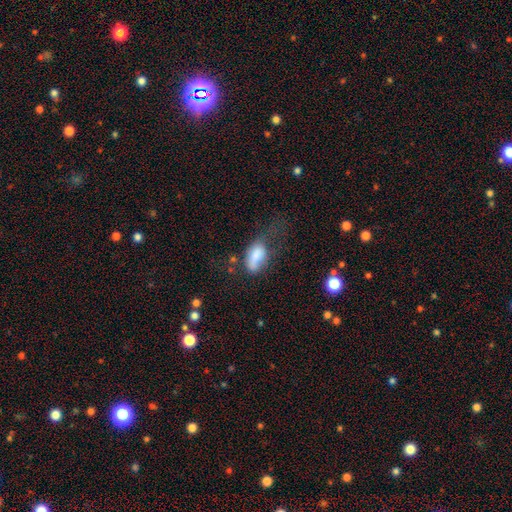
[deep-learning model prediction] Q: Smooth or featured?
A: smooth (77%); runner-up: featured or disk (14%)
Q: How rounded?
A: in between (89%); runner-up: cigar-shaped (6%)
Q: Merging?
A: major disturbance (39%); runner-up: minor disturbance (30%)